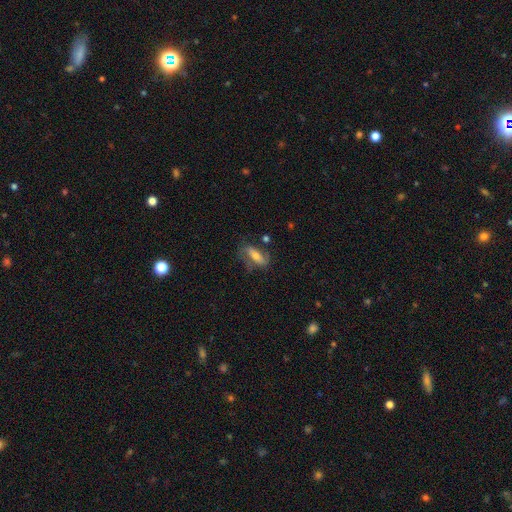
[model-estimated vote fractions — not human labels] This appears to be a smooth galaxy with no disk features (49%). Merging: none (57%).